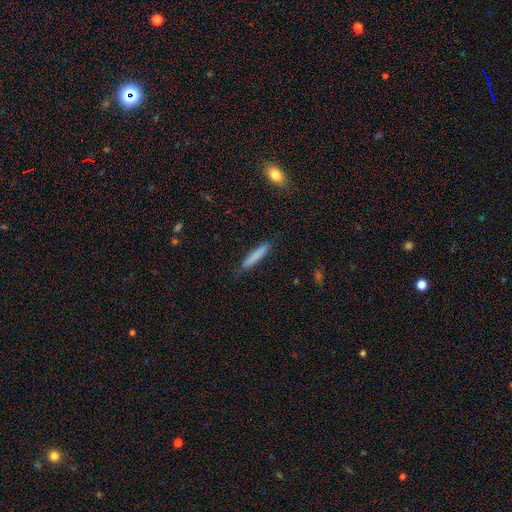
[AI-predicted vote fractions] Q: Smooth or featured?
A: smooth (80%); runner-up: featured or disk (13%)
Q: How rounded?
A: cigar-shaped (93%); runner-up: in between (6%)
Q: Merging?
A: none (85%); runner-up: minor disturbance (11%)